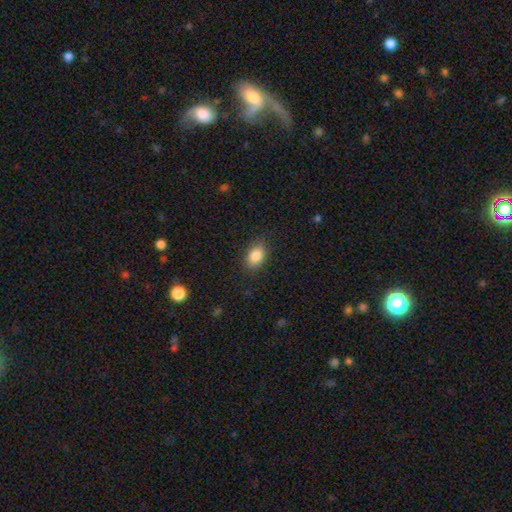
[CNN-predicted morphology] This is clearly a smooth galaxy (86%). How rounded: clearly in between (85%). Merging: clearly none (85%).